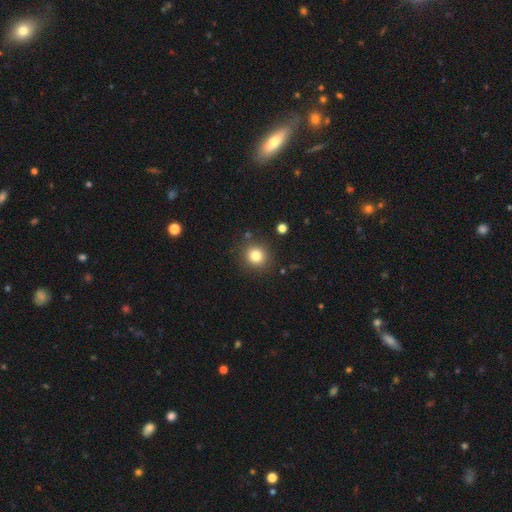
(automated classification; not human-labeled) This is clearly a smooth galaxy (81%). How rounded: clearly round (89%). Merging: clearly none (87%).